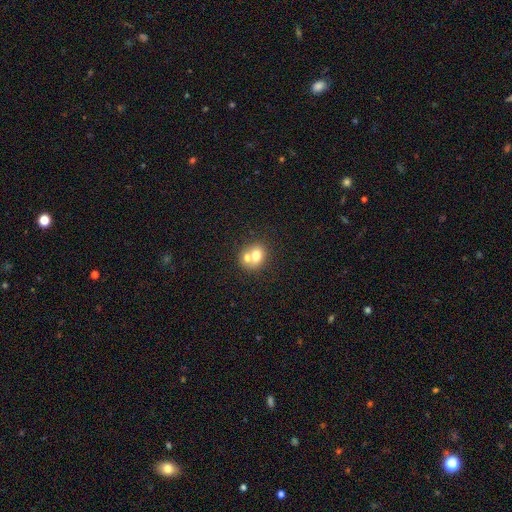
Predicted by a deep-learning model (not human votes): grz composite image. It shows a smooth galaxy with no disk features (68%) that is round (62%). Merging: merger (61%).